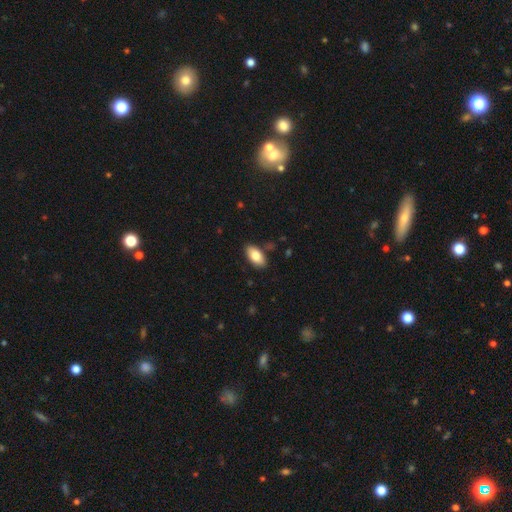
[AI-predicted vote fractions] Q: Smooth or featured?
A: smooth (82%); runner-up: featured or disk (11%)
Q: How rounded?
A: in between (93%); runner-up: cigar-shaped (4%)
Q: Merging?
A: none (86%); runner-up: minor disturbance (10%)